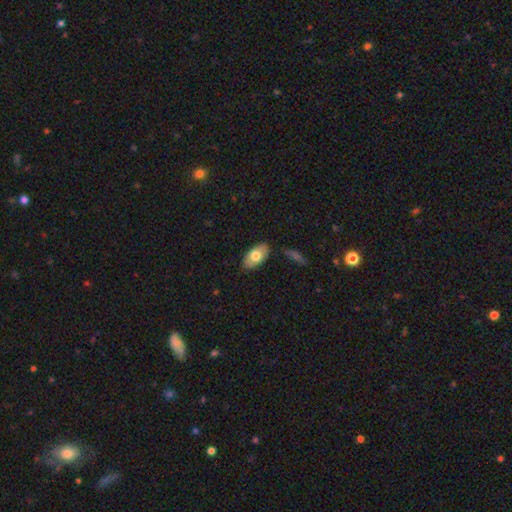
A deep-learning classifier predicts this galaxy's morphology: Smooth or featured: smooth — 70% (featured or disk — 24%)
How rounded: in between — 93% (round — 5%)
Merging: none — 82% (minor disturbance — 13%)